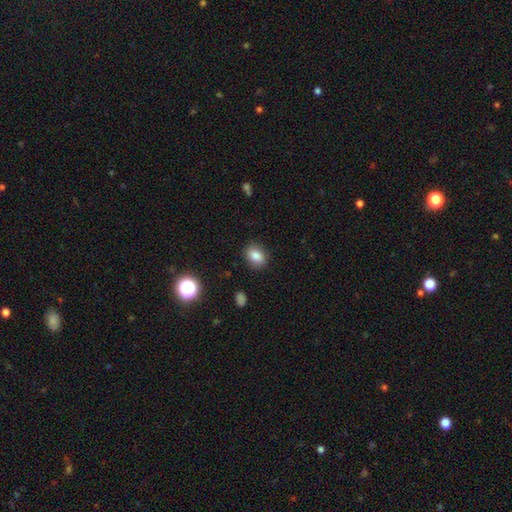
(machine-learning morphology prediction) Overall: smooth (84%). How rounded: in between (70%). Merging: none (86%).